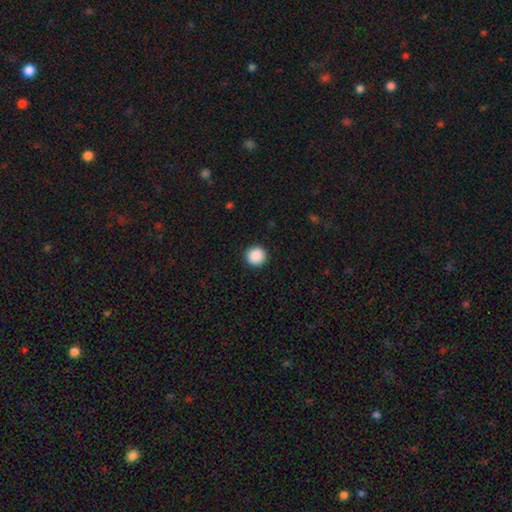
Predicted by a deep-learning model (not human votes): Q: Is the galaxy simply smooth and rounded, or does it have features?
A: smooth — 89%.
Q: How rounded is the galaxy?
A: round — 95%.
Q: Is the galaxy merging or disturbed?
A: none — 92%.